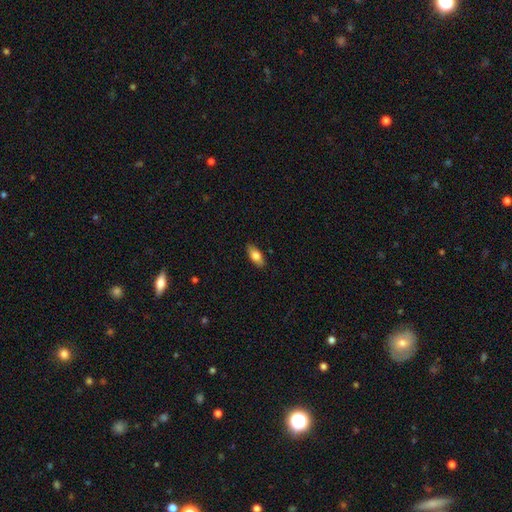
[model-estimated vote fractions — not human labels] Smooth or featured? smooth (77%)
How rounded? in between (84%)
Merging? none (88%)